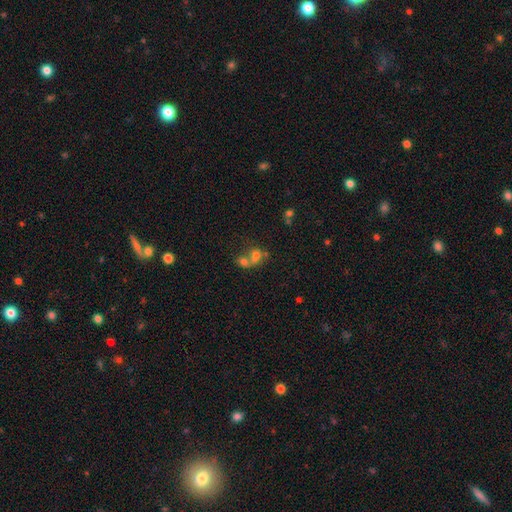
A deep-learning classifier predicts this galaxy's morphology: A smooth galaxy with no disk features (66%) that is in between round and cigar-shaped (51%). Merging: merger (66%).